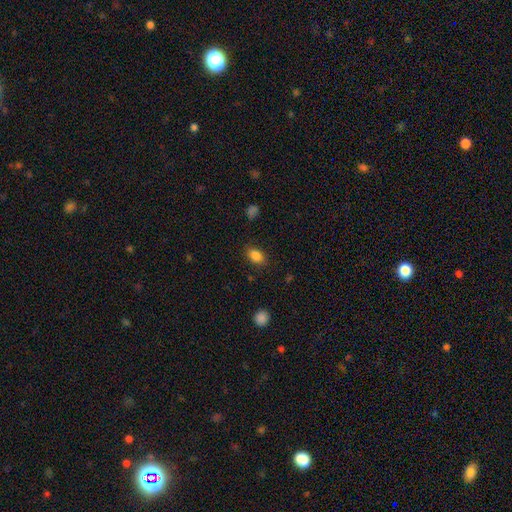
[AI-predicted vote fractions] A smooth galaxy with no disk features (86%) that is in between round and cigar-shaped (81%).

Vote fractions:
- Smooth or featured? smooth: 86% / star or artifact: 9% / featured or disk: 5%
- How rounded? in between: 81% / round: 17% / cigar-shaped: 2%
- Merging? none: 84% / minor disturbance: 11% / major disturbance: 3% / merger: 1%